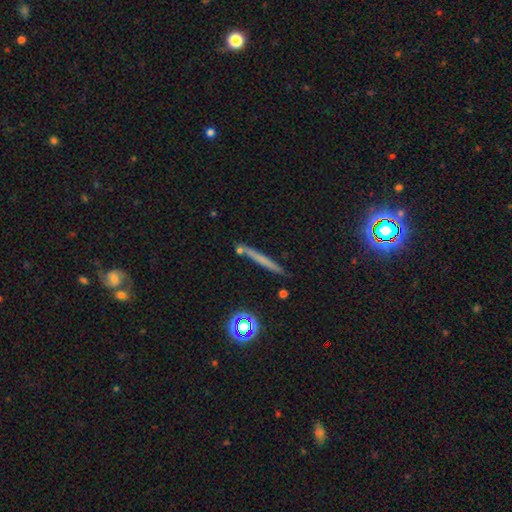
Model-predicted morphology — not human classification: smooth_or_featured: smooth (p=0.50) [alt: featured or disk p=0.36]
how_rounded: cigar-shaped (p=0.94) [alt: round p=0.04]
merging: none (p=0.83) [alt: minor disturbance p=0.10]